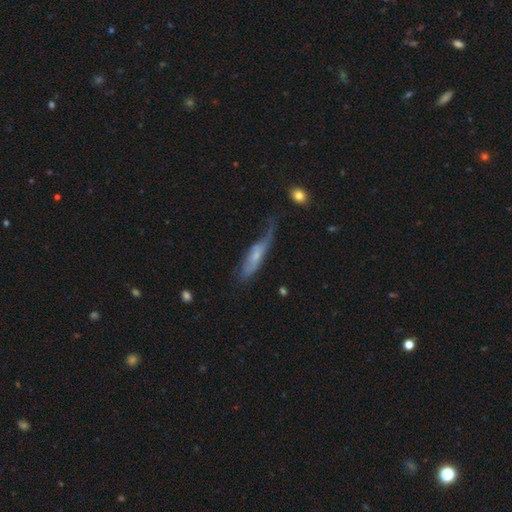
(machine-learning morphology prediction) This is possibly a featured or disk galaxy (48%). Merging: marginally none (34%).